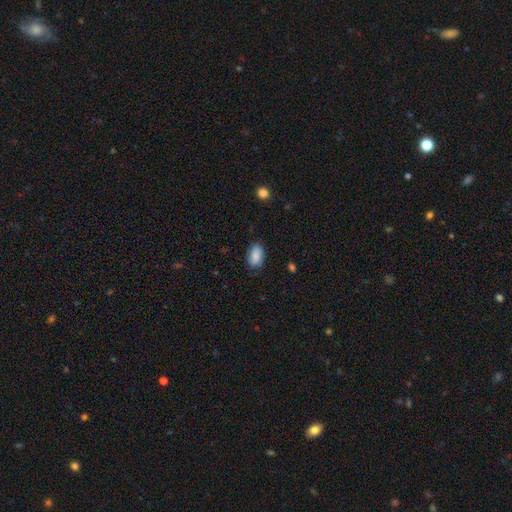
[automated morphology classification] This appears to be a smooth galaxy with no disk features (87%) that is in between round and cigar-shaped (92%). Merging: none (82%).